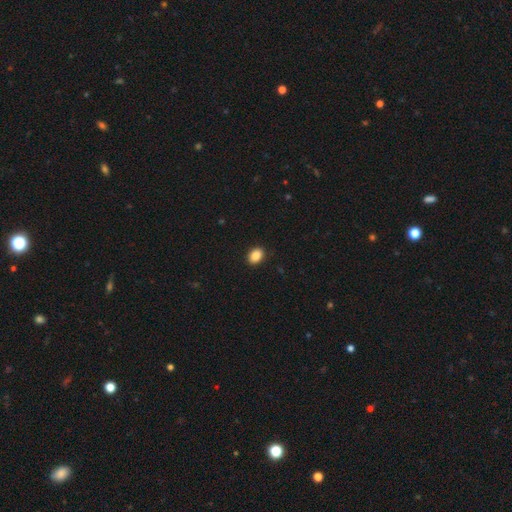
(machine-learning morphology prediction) This appears to be a smooth galaxy with no disk features (89%) that is in between round and cigar-shaped (73%). Merging: none (91%).